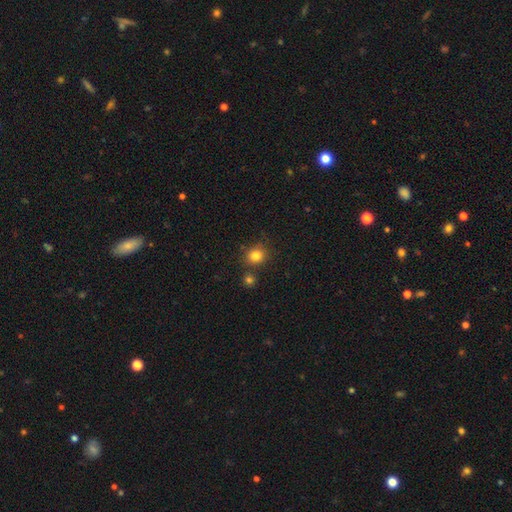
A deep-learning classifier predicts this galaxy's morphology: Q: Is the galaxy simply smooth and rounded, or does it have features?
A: smooth — 82%.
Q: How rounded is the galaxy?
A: round — 83%.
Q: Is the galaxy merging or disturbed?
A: none — 77%.